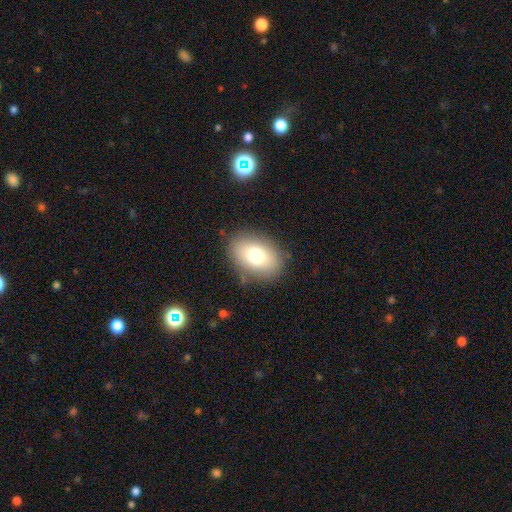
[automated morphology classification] smooth 74%, featured or disk 16%, star or artifact 10%. Down the decision tree: how rounded — in between (81%); merging — none (83%).